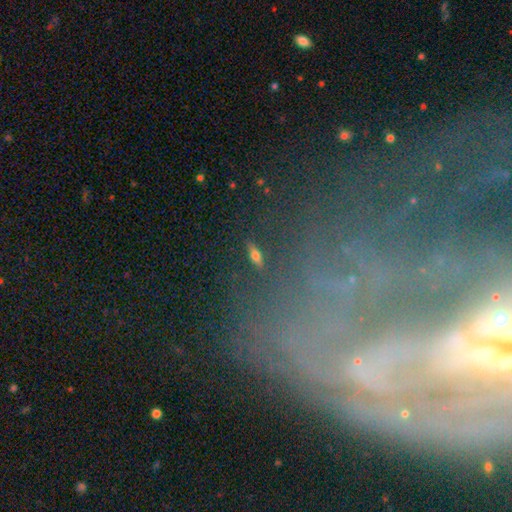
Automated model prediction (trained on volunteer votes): Morphology: type=smooth (50%); roundness=in between (50%); merging=none (87%).